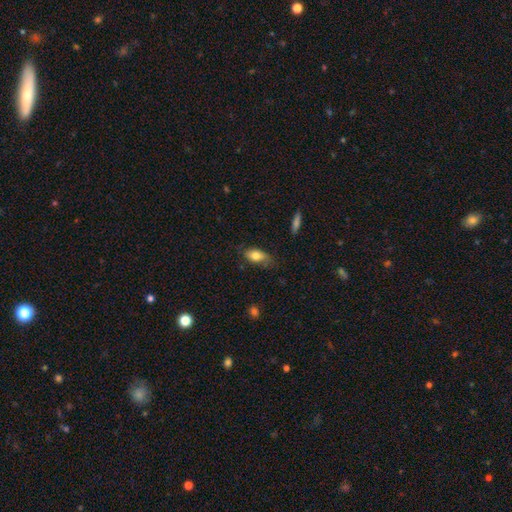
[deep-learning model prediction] A smooth galaxy with no disk features (78%) that is in between round and cigar-shaped (87%).

Vote fractions:
- Smooth or featured? smooth: 78% / featured or disk: 15% / star or artifact: 7%
- How rounded? in between: 87% / cigar-shaped: 7% / round: 5%
- Merging? none: 64% / minor disturbance: 27% / major disturbance: 7% / merger: 2%